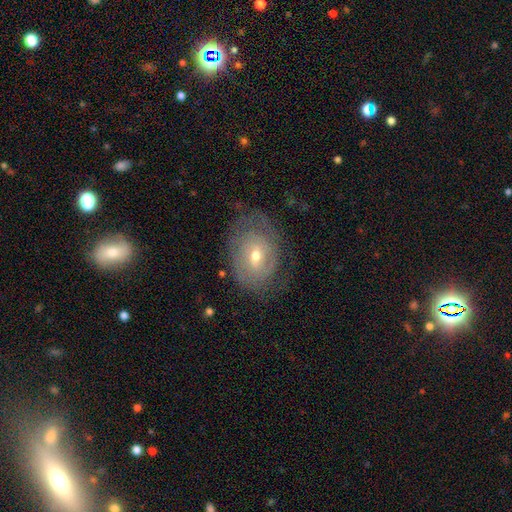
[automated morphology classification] Q: Smooth or featured?
A: featured or disk (68%); runner-up: smooth (25%)
Q: Edge-on disk?
A: no (95%); runner-up: yes (5%)
Q: Bar?
A: no (48%); runner-up: weak (41%)
Q: Spiral arms?
A: yes (73%); runner-up: no (27%)
Q: Bulge size?
A: moderate (55%); runner-up: small (41%)
Q: Merging?
A: none (59%); runner-up: minor disturbance (25%)